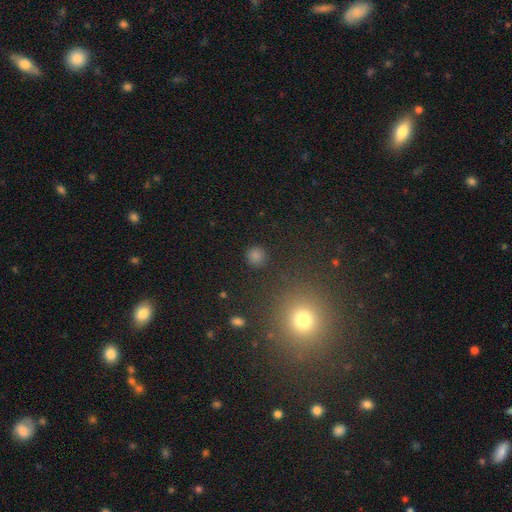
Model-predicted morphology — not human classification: smooth-or-featured: smooth: 75% | star or artifact: 20% | featured or disk: 5%
  how-rounded: round: 93% | in between: 6% | cigar-shaped: 1%
  merging: none: 89% | minor disturbance: 6% | major disturbance: 3% | merger: 2%